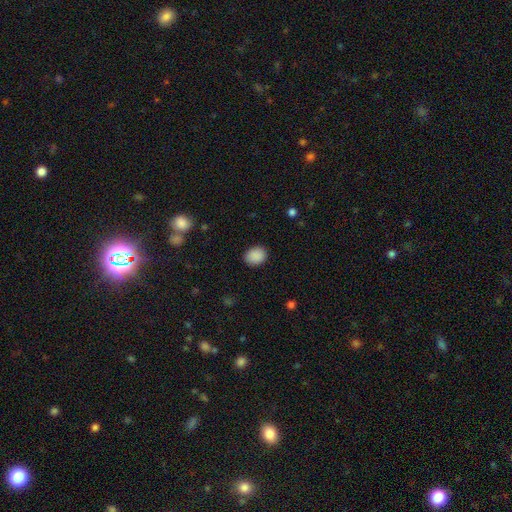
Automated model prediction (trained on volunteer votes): Smooth or featured? smooth (89%)
How rounded? round (50%)
Merging? none (87%)